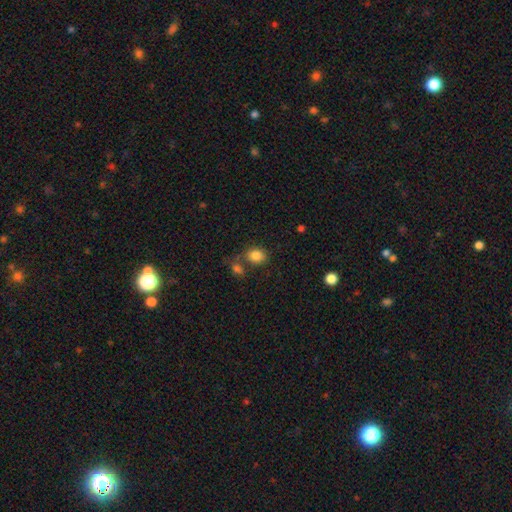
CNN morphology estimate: smooth 84%, star or artifact 10%, featured or disk 6%. Down the decision tree: how rounded — round (50%); merging — none (61%).